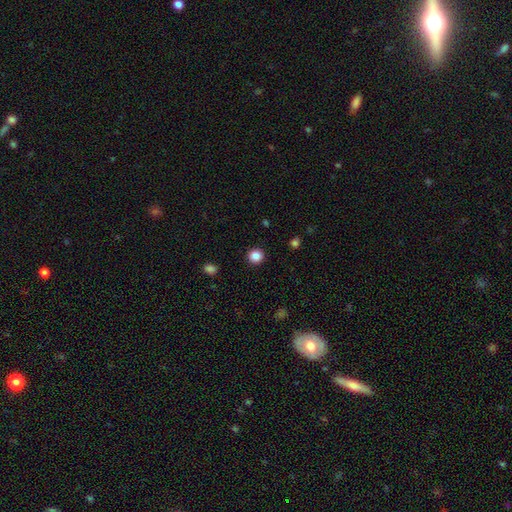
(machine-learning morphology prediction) Overall: smooth (86%). How rounded: round (92%). Merging: none (92%).